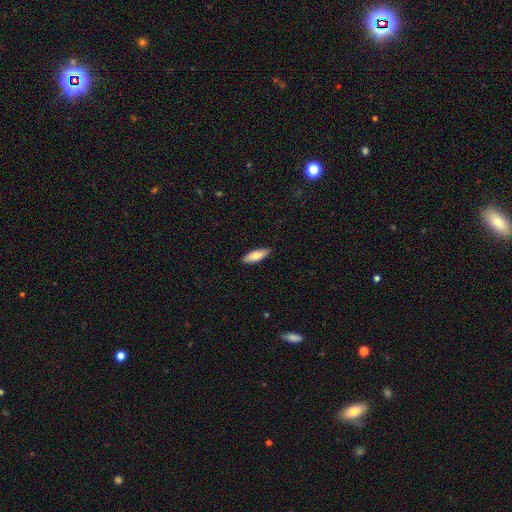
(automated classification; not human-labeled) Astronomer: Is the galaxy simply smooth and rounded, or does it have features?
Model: smooth — 81%.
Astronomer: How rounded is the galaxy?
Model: in between — 62%.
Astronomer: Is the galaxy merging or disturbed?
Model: none — 88%.